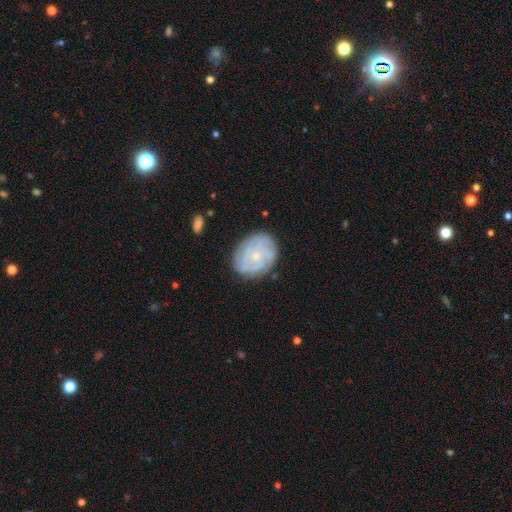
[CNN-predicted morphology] This is likely a featured or disk galaxy (68%). It is clearly not viewed edge-on (97%). Bar: likely no (80%). Spiral arm pattern: clearly yes (84%). Spiral arm count: possibly can't tell (47%). Spiral winding: likely tight (65%). Central bulge: likely small (68%). Merging: likely none (78%).